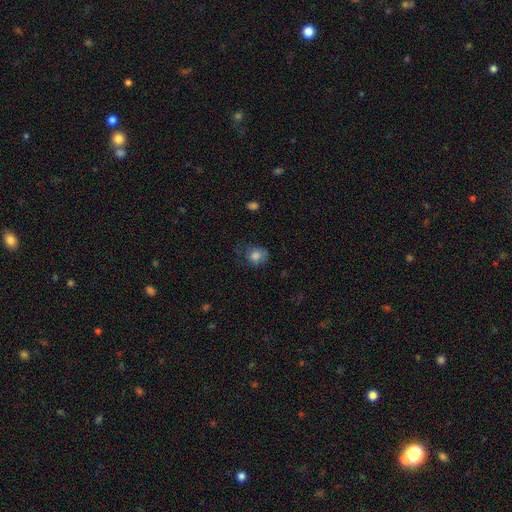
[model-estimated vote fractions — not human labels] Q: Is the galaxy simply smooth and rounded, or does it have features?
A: smooth — 80%.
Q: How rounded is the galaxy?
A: round — 60%.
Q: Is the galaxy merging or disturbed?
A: none — 50%.